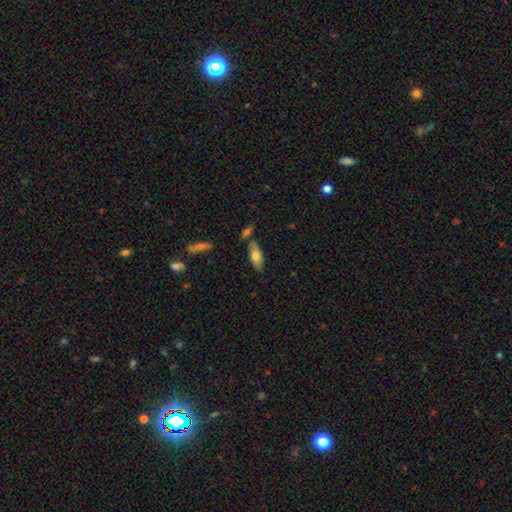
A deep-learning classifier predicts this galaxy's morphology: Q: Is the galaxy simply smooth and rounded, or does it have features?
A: smooth — 67%.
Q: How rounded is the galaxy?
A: in between — 80%.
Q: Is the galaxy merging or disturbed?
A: none — 71%.